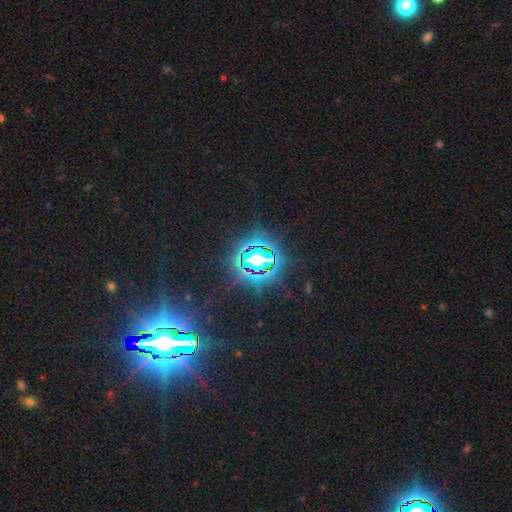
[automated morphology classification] star or artifact 85%, smooth 7%, featured or disk 7%.